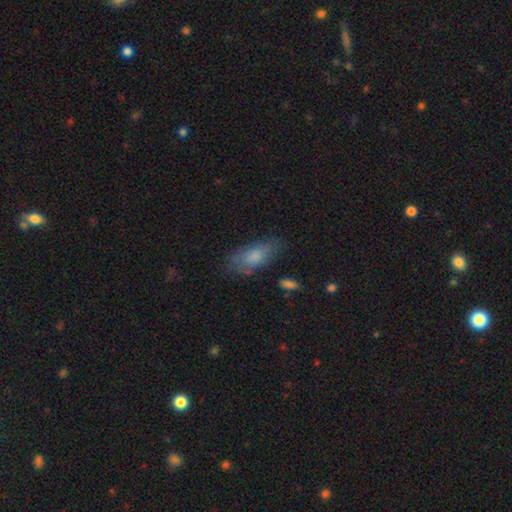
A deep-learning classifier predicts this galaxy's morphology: This is likely a smooth galaxy (74%). How rounded: clearly in between (83%). Merging: likely none (65%).